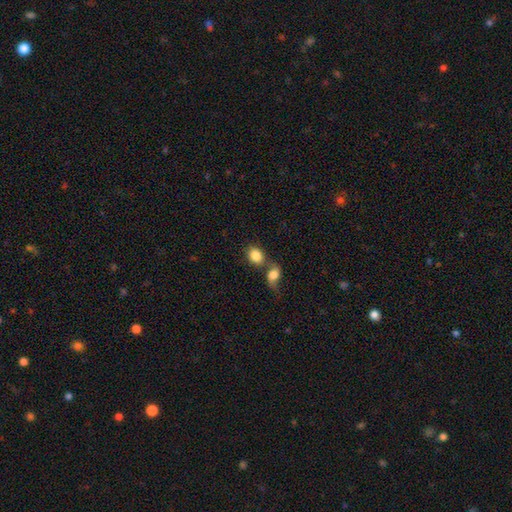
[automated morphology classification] smooth 84%, featured or disk 8%, star or artifact 8%. Down the decision tree: how rounded — in between (51%); merging — merger (47%).